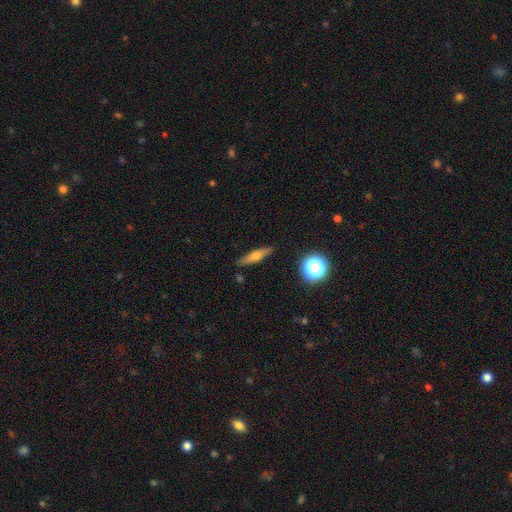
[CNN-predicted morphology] This appears to be a featured or disk galaxy (49%). Merging: none (88%).